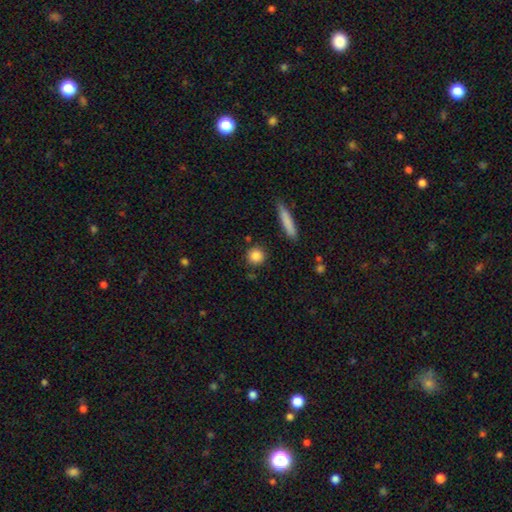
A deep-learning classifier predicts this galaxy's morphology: smooth 84%, star or artifact 9%, featured or disk 7%. Down the decision tree: how rounded — round (89%); merging — none (86%).